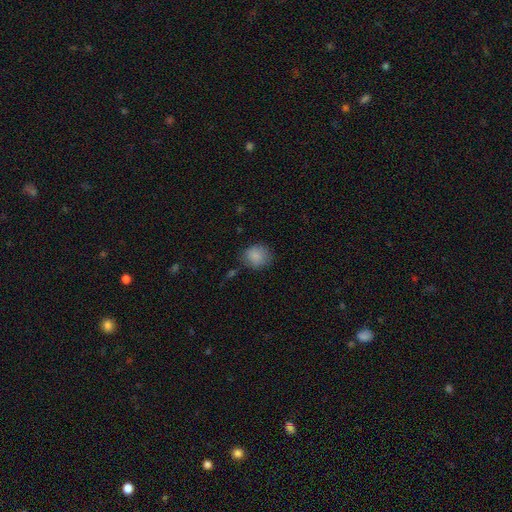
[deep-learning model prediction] The model was most divided on "how rounded": round: 77%, in between: 22%, cigar-shaped: 1%. More confident: smooth or featured — smooth (87%); merging — none (76%).